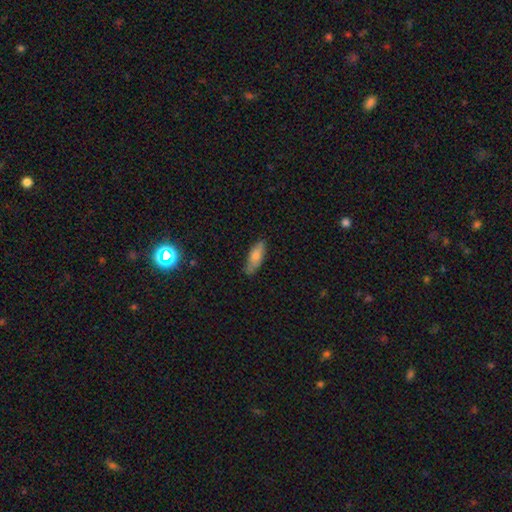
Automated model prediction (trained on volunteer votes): Smooth or featured: smooth — 72% (featured or disk — 20%)
How rounded: in between — 60% (cigar-shaped — 38%)
Merging: none — 78% (minor disturbance — 17%)